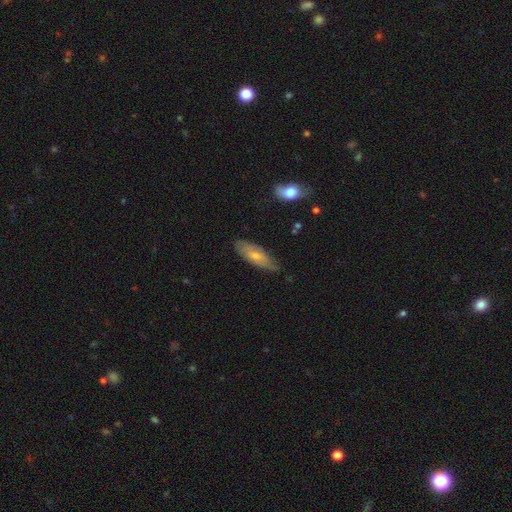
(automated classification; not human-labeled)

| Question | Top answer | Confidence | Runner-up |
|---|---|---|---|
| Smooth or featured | smooth | 62% | featured or disk (32%) |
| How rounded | in between | 65% | cigar-shaped (33%) |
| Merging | none | 67% | minor disturbance (27%) |